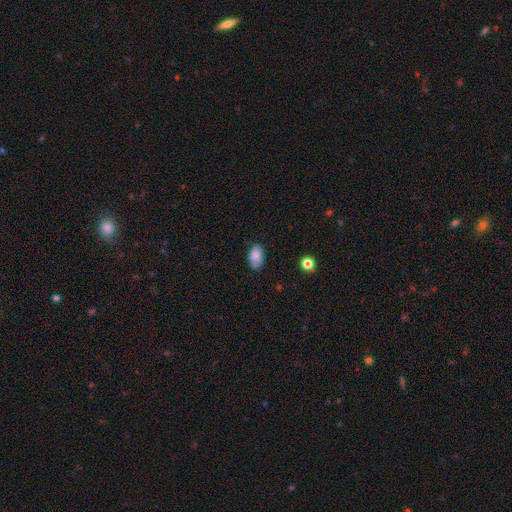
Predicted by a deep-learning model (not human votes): A smooth galaxy with no disk features (82%) that is in between round and cigar-shaped (91%). Merging: none (76%).